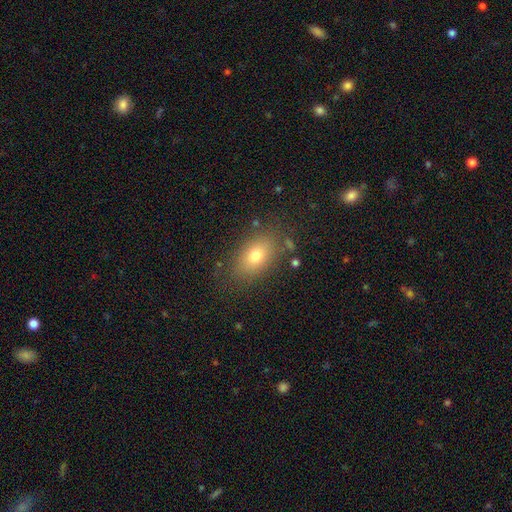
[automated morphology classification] This is likely a smooth galaxy (76%). How rounded: clearly in between (85%). Merging: clearly none (81%).